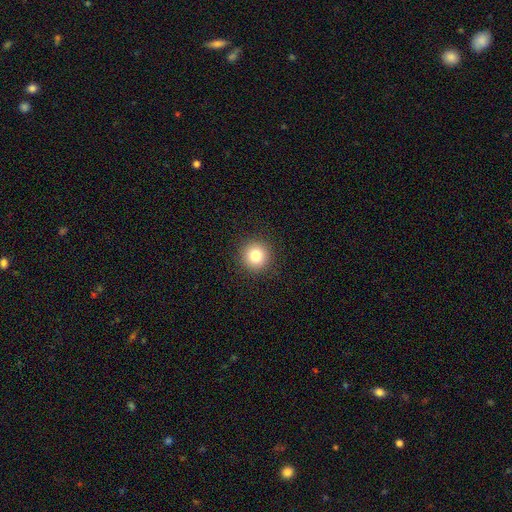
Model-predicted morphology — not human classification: smooth_or_featured: smooth (p=0.81) [alt: star or artifact p=0.11]
how_rounded: round (p=0.95) [alt: in between p=0.04]
merging: none (p=0.92) [alt: minor disturbance p=0.05]